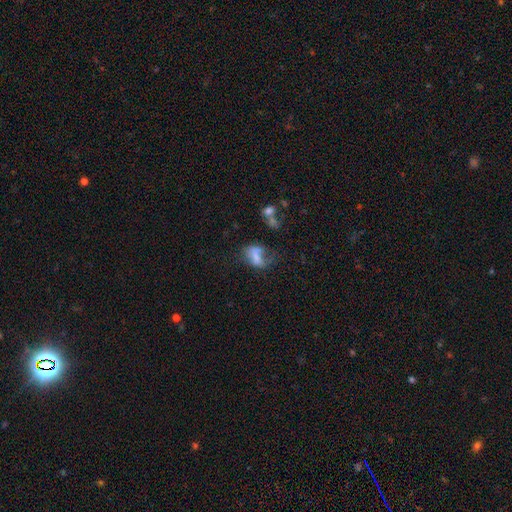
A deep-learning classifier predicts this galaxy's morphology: This appears to be a smooth galaxy with no disk features (57%) that is in between round and cigar-shaped (81%). Merging: major disturbance (36%).